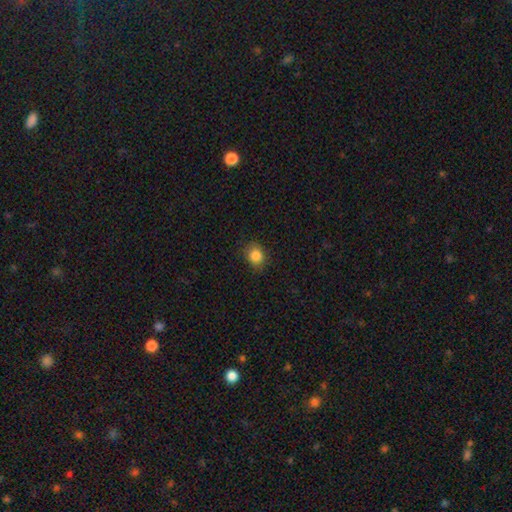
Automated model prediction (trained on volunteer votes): This is clearly a smooth galaxy (85%). How rounded: likely round (69%). Merging: clearly none (84%).